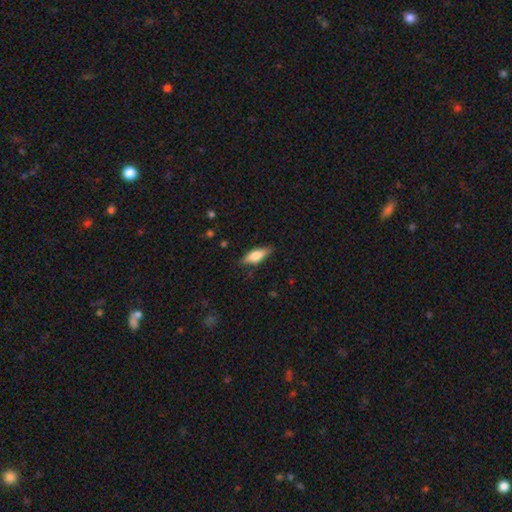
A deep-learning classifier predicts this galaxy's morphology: This appears to be a smooth galaxy with no disk features (63%) that is in between round and cigar-shaped (62%). Merging: none (81%).